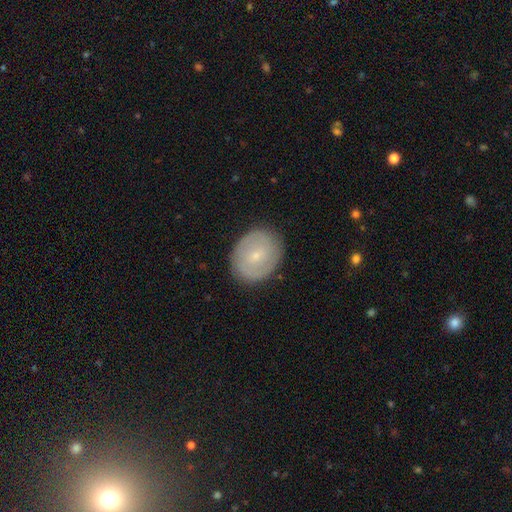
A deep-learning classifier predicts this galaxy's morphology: type=featured or disk (48%); merging=none (86%).